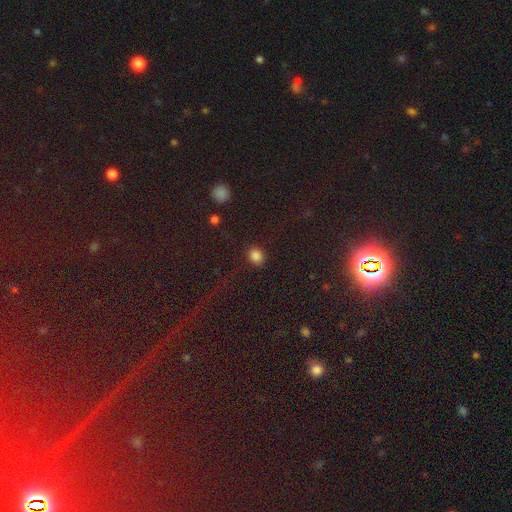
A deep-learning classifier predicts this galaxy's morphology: Smooth or featured: smooth — 84% (star or artifact — 12%)
How rounded: round — 53% (in between — 46%)
Merging: none — 87% (minor disturbance — 9%)